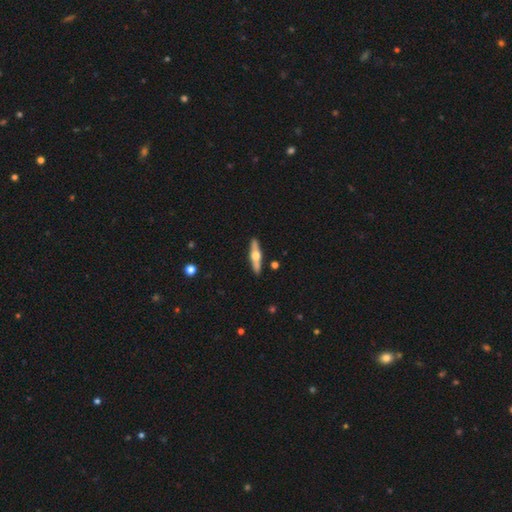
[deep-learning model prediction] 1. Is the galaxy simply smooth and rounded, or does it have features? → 63% featured or disk, 32% smooth, 5% star or artifact.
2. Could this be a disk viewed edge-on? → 95% yes, 5% no.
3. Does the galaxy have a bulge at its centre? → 95% rounded, 3% boxy, 2% none.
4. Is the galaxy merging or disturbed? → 90% none, 7% minor disturbance, 2% merger, 2% major disturbance.